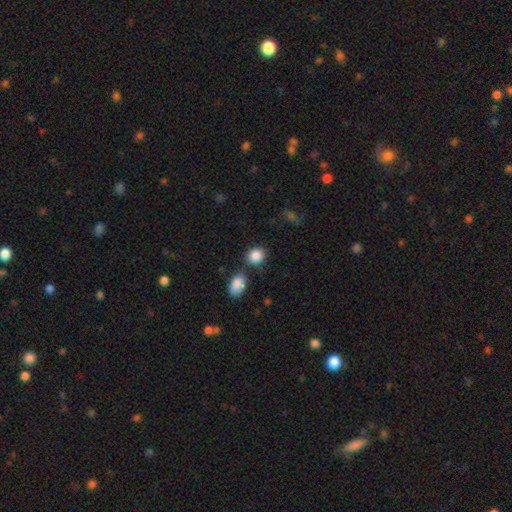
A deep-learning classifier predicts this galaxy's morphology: Smooth or featured?
  - smooth: 88% *
  - star or artifact: 8%
  - featured or disk: 4%
How rounded?
  - round: 66% *
  - in between: 33%
  - cigar-shaped: 1%
Merging?
  - none: 73% *
  - merger: 12%
  - minor disturbance: 12%
  - major disturbance: 4%